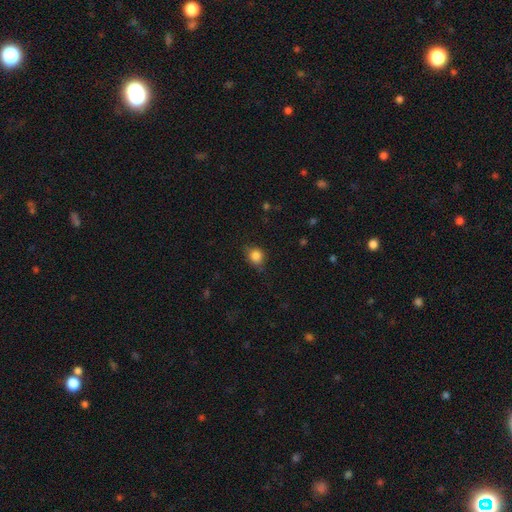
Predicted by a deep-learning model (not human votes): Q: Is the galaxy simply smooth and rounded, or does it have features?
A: smooth — 84%.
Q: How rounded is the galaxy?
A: round — 69%.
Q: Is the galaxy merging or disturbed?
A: none — 70%.